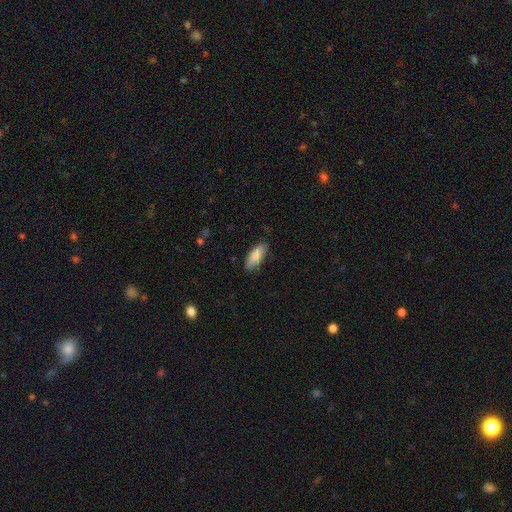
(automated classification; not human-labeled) smooth_or_featured: smooth (p=0.86) [alt: featured or disk p=0.08]
how_rounded: in between (p=0.79) [alt: cigar-shaped p=0.19]
merging: none (p=0.81) [alt: minor disturbance p=0.15]